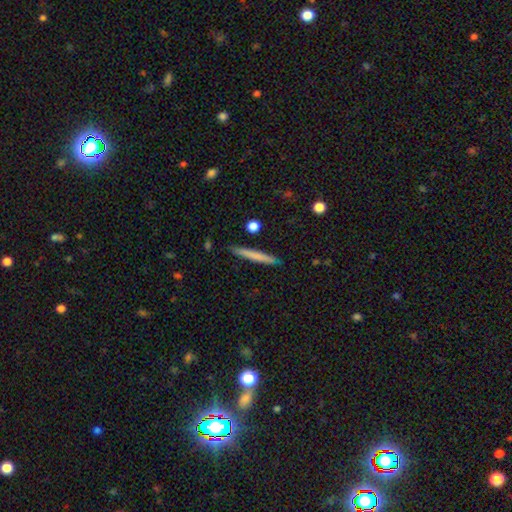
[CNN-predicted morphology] This is likely a smooth galaxy (70%). How rounded: clearly cigar-shaped (96%). Merging: clearly none (90%).